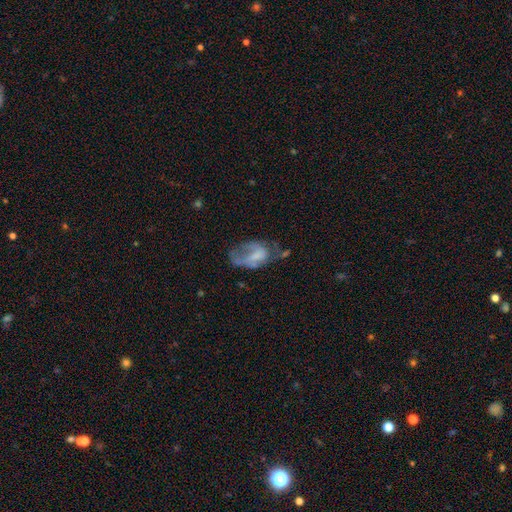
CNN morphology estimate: Smooth or featured?
  - featured or disk: 47% *
  - smooth: 43%
  - star or artifact: 10%
Merging?
  - major disturbance: 41% *
  - none: 28%
  - minor disturbance: 25%
  - merger: 6%